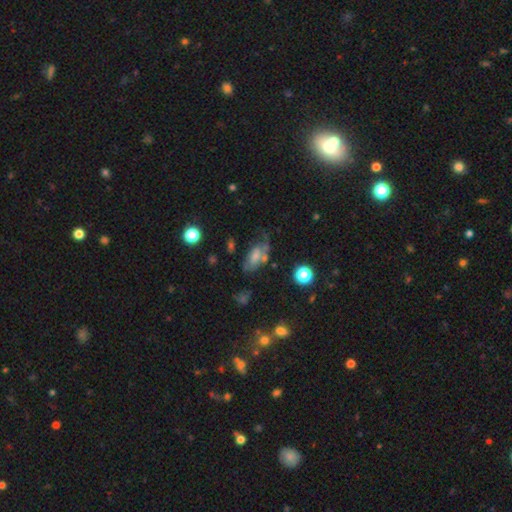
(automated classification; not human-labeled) A smooth galaxy with no disk features (49%).

Vote fractions:
- Smooth or featured? smooth: 49% / featured or disk: 38% / star or artifact: 13%
- Merging? none: 38% / minor disturbance: 26% / major disturbance: 25% / merger: 11%